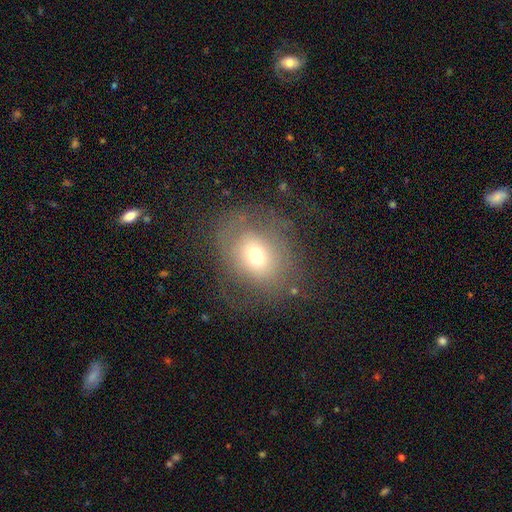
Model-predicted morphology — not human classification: Smooth or featured: smooth — 54% (featured or disk — 34%)
How rounded: round — 50% (in between — 49%)
Merging: none — 56% (major disturbance — 22%)